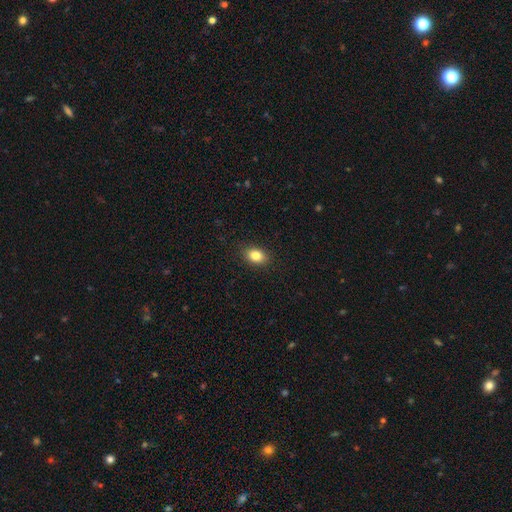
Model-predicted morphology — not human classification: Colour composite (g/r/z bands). It shows a smooth galaxy with no disk features (84%) that is in between round and cigar-shaped (73%). Merging: none (89%).